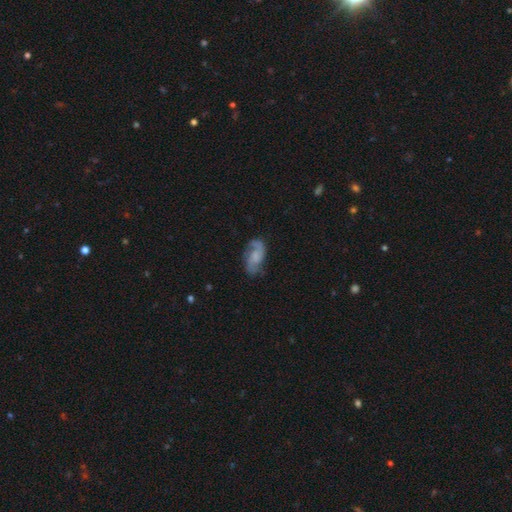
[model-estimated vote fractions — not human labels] A featured or disk galaxy (74%) with no bar (57%), 2 (88%) medium (45%) spiral arms (94%) and no central bulge (45%).

Vote fractions:
- Smooth or featured? featured or disk: 74% / smooth: 19% / star or artifact: 7%
- Edge-on disk? no: 97% / yes: 3%
- Bar? no: 57% / weak: 36% / strong: 7%
- Spiral arms? yes: 94% / no: 6%
- Spiral winding? medium: 45% / loose: 39% / tight: 17%
- Spiral arm count? 2: 88% / can't tell: 5% / 1: 3% / 3: 2% / 4: 1% / more than 4: 1%
- Bulge size? none: 45% / small: 26% / moderate: 20% / large: 8% / dominant: 2%
- Merging? none: 69% / minor disturbance: 20% / major disturbance: 9% / merger: 2%